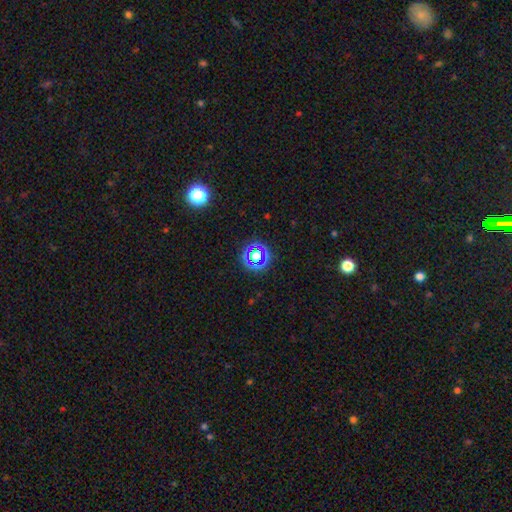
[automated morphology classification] This appears to be a star or artifact, not a galaxy (55%).